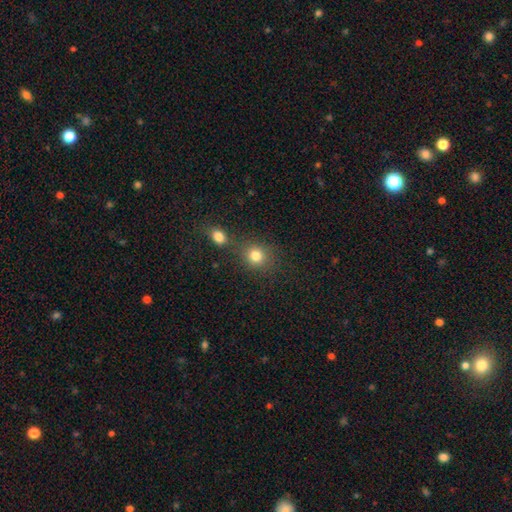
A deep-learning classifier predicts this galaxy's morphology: Smooth or featured: smooth — 80% (star or artifact — 13%)
How rounded: round — 77% (in between — 22%)
Merging: none — 64% (merger — 22%)